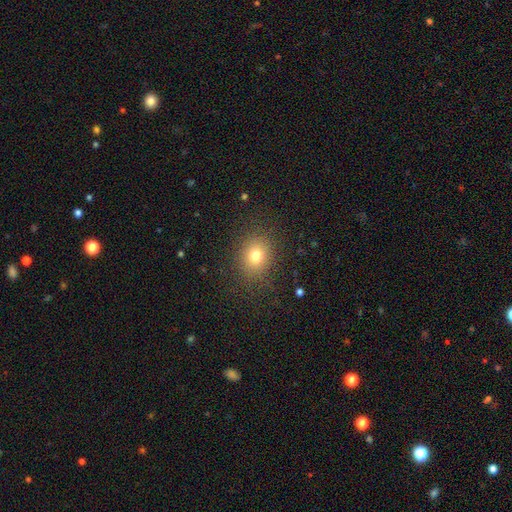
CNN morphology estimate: This is likely a smooth galaxy (76%). How rounded: possibly round (57%). Merging: clearly none (84%).